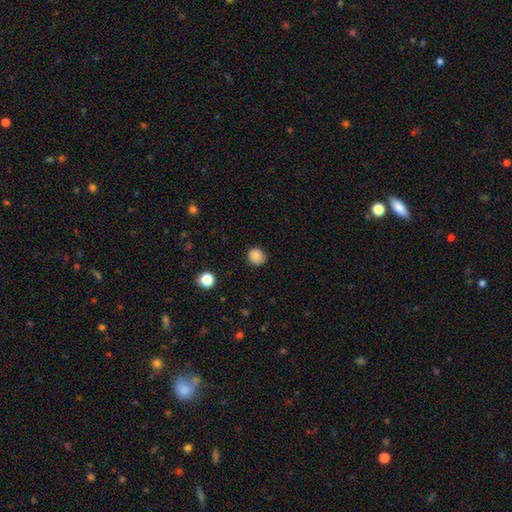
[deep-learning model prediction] smooth-or-featured: smooth: 86% | star or artifact: 11% | featured or disk: 4%
  how-rounded: round: 77% | in between: 22% | cigar-shaped: 1%
  merging: none: 80% | minor disturbance: 16% | major disturbance: 3% | merger: 1%